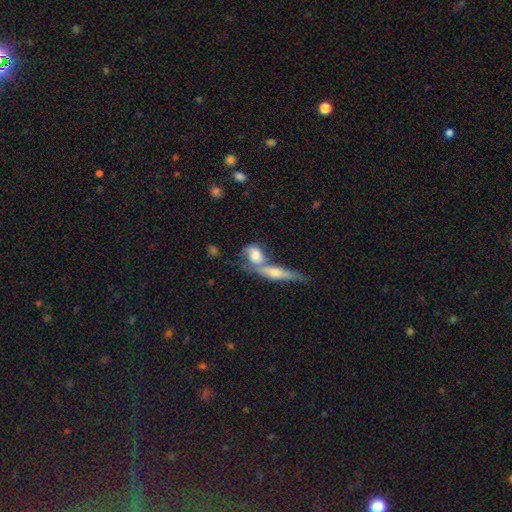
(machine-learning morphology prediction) Smooth or featured? smooth (64%)
How rounded? in between (51%)
Merging? merger (51%)